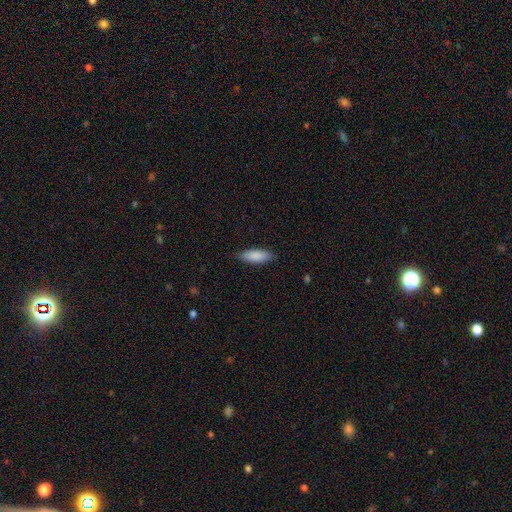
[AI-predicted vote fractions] The model was most divided on "how rounded": in between: 61%, cigar-shaped: 38%, round: 2%. More confident: smooth or featured — smooth (86%); merging — none (84%).